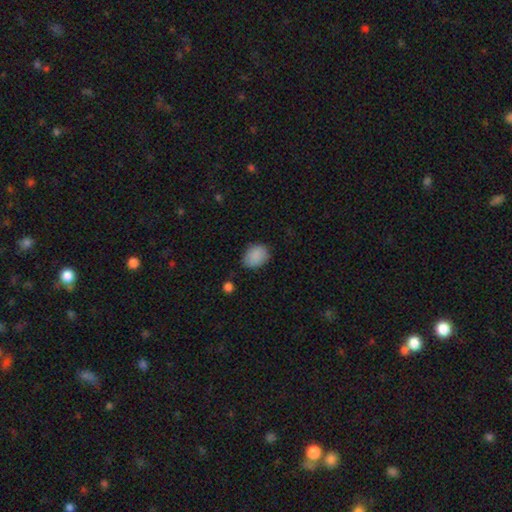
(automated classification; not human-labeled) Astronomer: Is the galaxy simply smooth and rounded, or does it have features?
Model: smooth — 88%.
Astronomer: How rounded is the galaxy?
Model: in between — 69%.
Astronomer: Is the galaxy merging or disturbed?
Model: none — 78%.